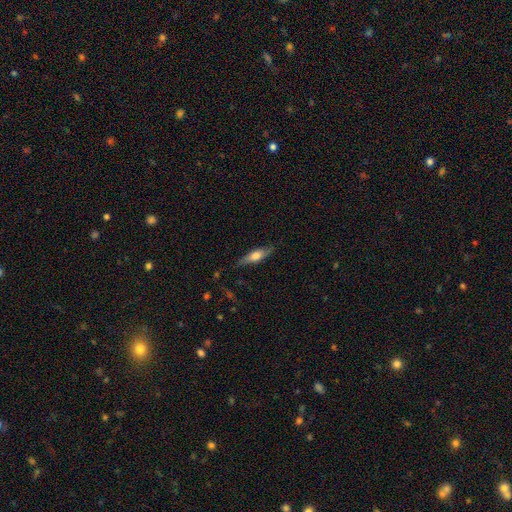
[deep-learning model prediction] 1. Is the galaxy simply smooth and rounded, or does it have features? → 55% smooth, 38% featured or disk, 6% star or artifact.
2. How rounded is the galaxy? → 56% cigar-shaped, 41% in between, 3% round.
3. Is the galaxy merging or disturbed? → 79% none, 16% minor disturbance, 3% major disturbance, 1% merger.